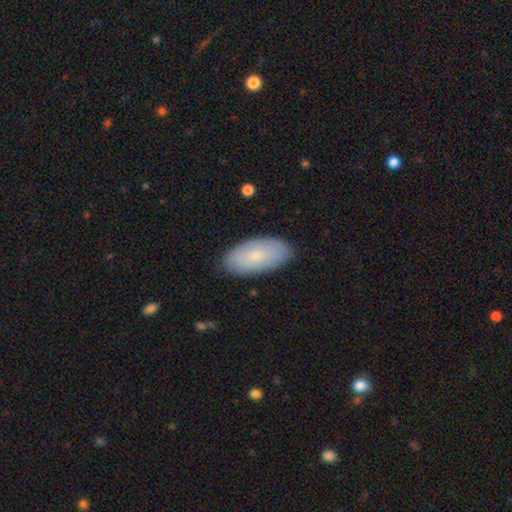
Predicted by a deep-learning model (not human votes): Smooth or featured? Predicted: smooth (p=0.71). How rounded? Predicted: in between (p=0.94). Merging? Predicted: none (p=0.85).